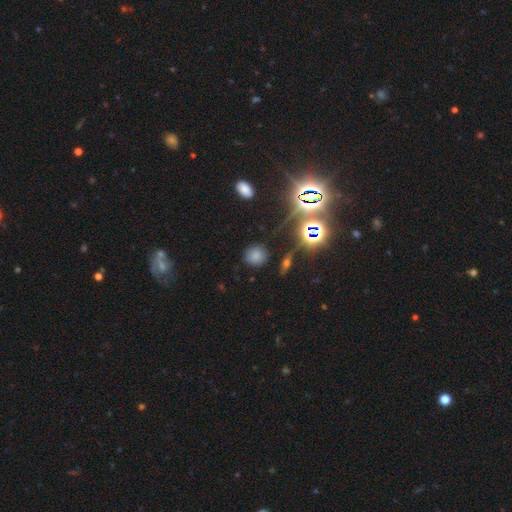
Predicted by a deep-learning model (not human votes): Smooth or featured? smooth (68%)
How rounded? round (84%)
Merging? none (83%)